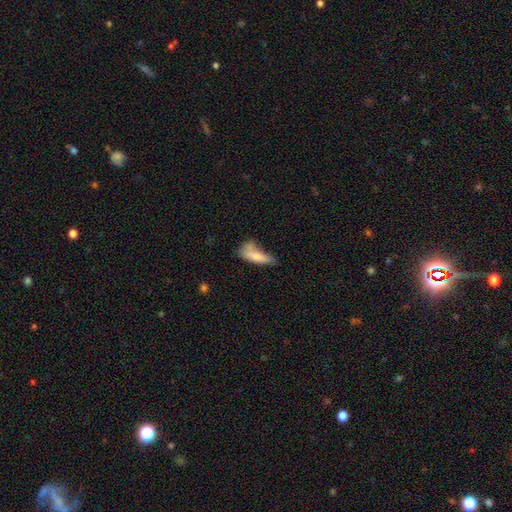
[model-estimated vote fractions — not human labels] Smooth or featured? Predicted: smooth (p=0.74). How rounded? Predicted: in between (p=0.51). Merging? Predicted: minor disturbance (p=0.34, tied with none).